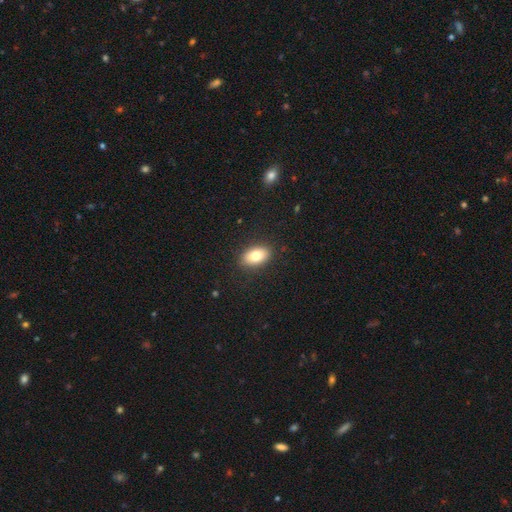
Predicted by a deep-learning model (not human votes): smooth_or_featured: smooth (p=0.78) [alt: featured or disk p=0.14]
how_rounded: in between (p=0.89) [alt: round p=0.10]
merging: none (p=0.88) [alt: minor disturbance p=0.09]